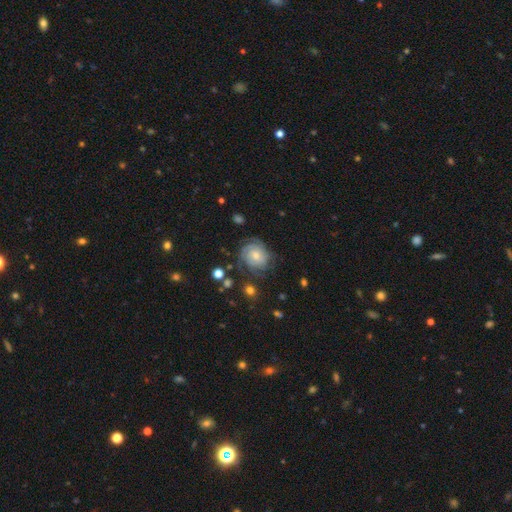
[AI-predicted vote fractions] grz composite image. It shows a featured or disk galaxy (67%) with no bar (74%), tight (69%) spiral arms (91%) and a small central bulge (51%). Merging: none (68%).